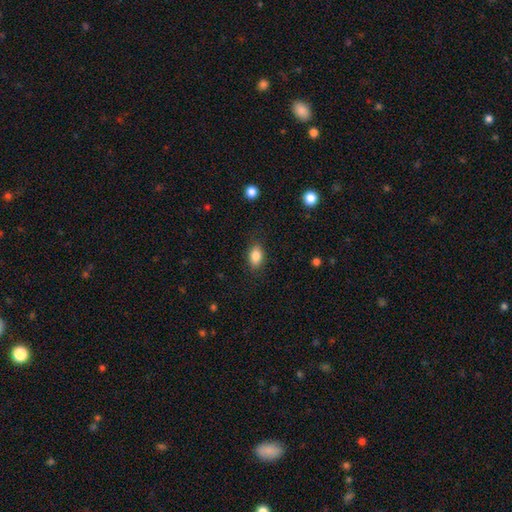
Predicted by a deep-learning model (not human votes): The model was most divided on "merging": none: 85%, minor disturbance: 11%, major disturbance: 3%, merger: 1%. More confident: how rounded — in between (85%); smooth or featured — smooth (85%).